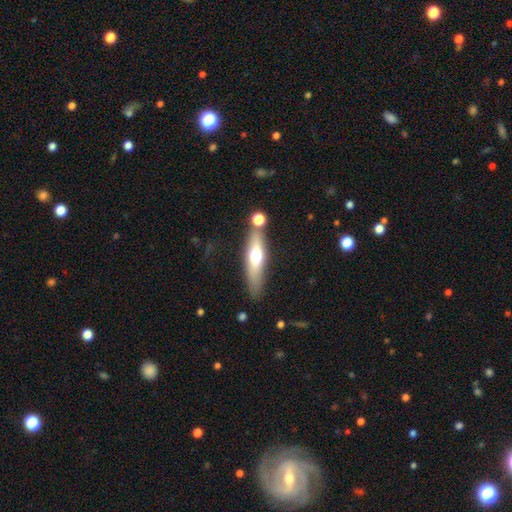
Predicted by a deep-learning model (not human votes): Q: Smooth or featured?
A: smooth (49%); runner-up: featured or disk (44%)
Q: Merging?
A: none (71%); runner-up: minor disturbance (13%)